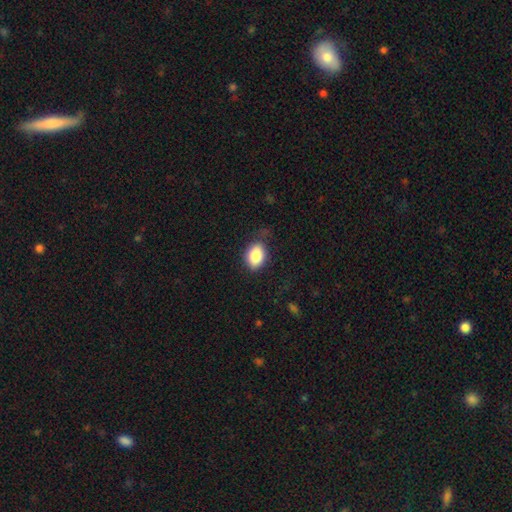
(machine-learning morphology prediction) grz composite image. It shows a smooth galaxy with no disk features (85%) that is in between round and cigar-shaped (77%). Merging: none (73%).